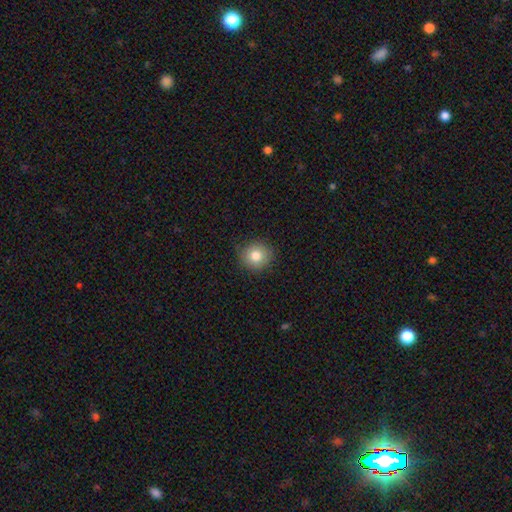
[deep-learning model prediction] smooth 81%, star or artifact 10%, featured or disk 9%. Down the decision tree: how rounded — round (87%); merging — none (87%).